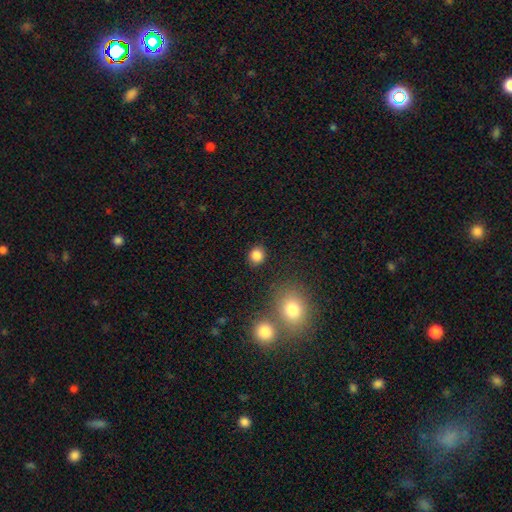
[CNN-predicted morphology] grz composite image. It shows a smooth galaxy with no disk features (84%) that is round (83%). Merging: none (88%).